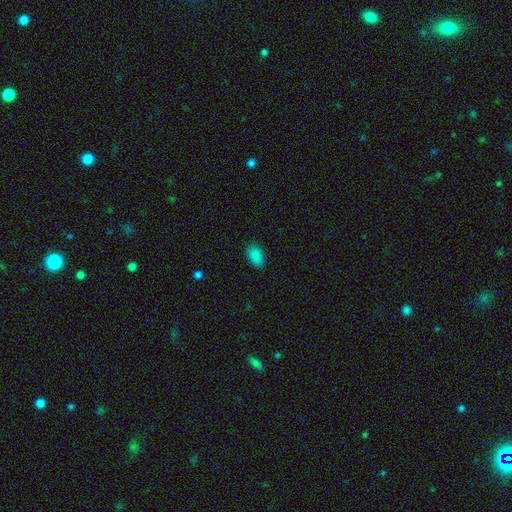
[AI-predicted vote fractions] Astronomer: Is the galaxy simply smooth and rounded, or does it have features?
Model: smooth — 87%.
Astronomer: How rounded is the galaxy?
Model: in between — 92%.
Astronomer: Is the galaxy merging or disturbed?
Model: none — 87%.